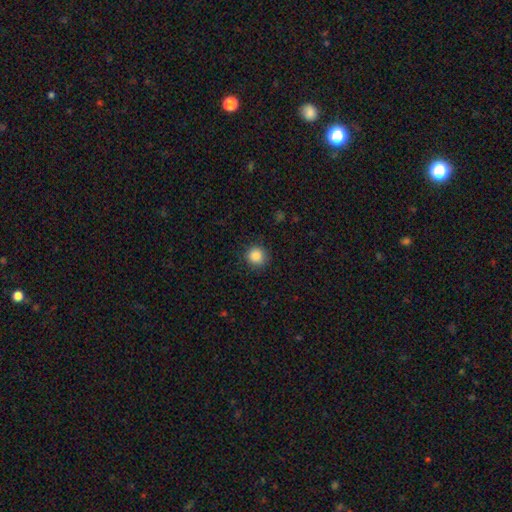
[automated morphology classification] Overall: smooth (87%). How rounded: round (92%). Merging: none (87%).